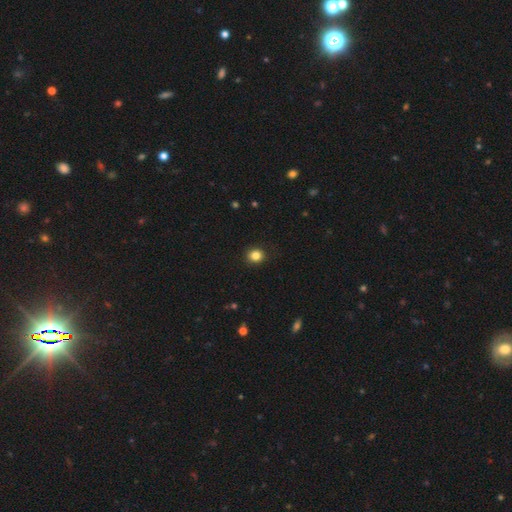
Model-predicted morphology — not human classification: smooth-or-featured: smooth: 84% | star or artifact: 12% | featured or disk: 5%
  how-rounded: round: 83% | in between: 16% | cigar-shaped: 1%
  merging: none: 91% | minor disturbance: 6% | major disturbance: 2% | merger: 1%